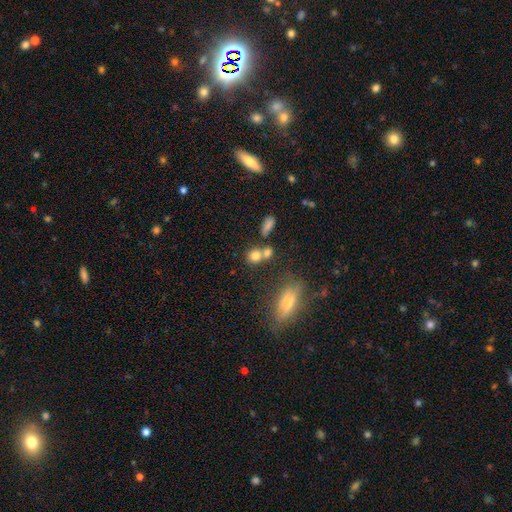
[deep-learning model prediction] smooth-or-featured: smooth: 77% | star or artifact: 12% | featured or disk: 11%
  how-rounded: round: 73% | in between: 25% | cigar-shaped: 2%
  merging: none: 46% | merger: 39% | minor disturbance: 10% | major disturbance: 5%